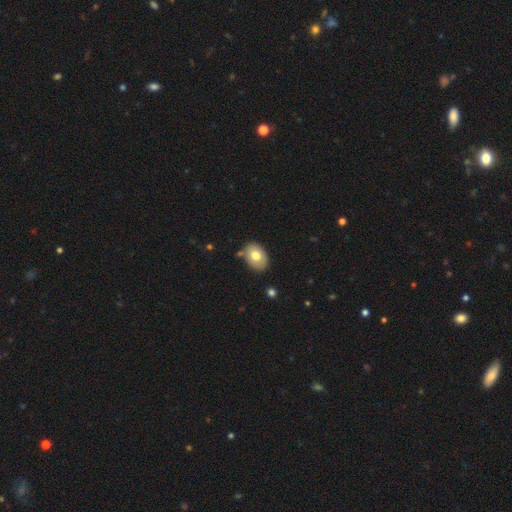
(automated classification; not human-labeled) smooth_or_featured: smooth (p=0.73) [alt: featured or disk p=0.20]
how_rounded: in between (p=0.79) [alt: round p=0.20]
merging: none (p=0.79) [alt: minor disturbance p=0.14]